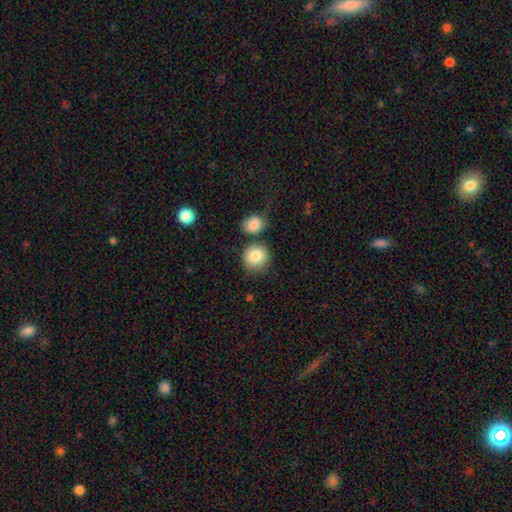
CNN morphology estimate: This appears to be a smooth galaxy with no disk features (84%) that is round (89%). Merging: none (66%).